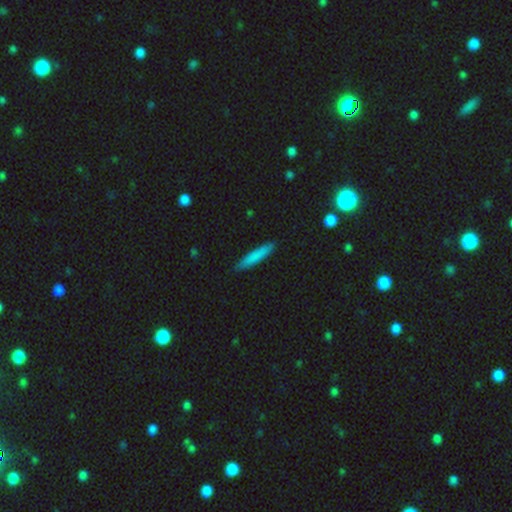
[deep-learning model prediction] Morphology: type=smooth (79%); roundness=cigar-shaped (90%); merging=none (88%).